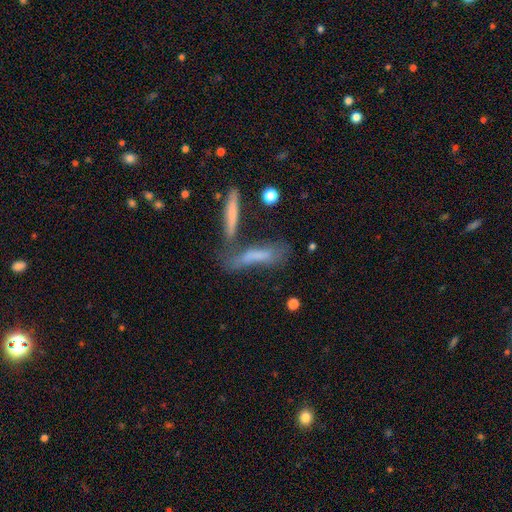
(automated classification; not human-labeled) Overall: smooth (53%; featured or disk 36%). How rounded: cigar-shaped (77%). Merging: merger (38%; none 34%).